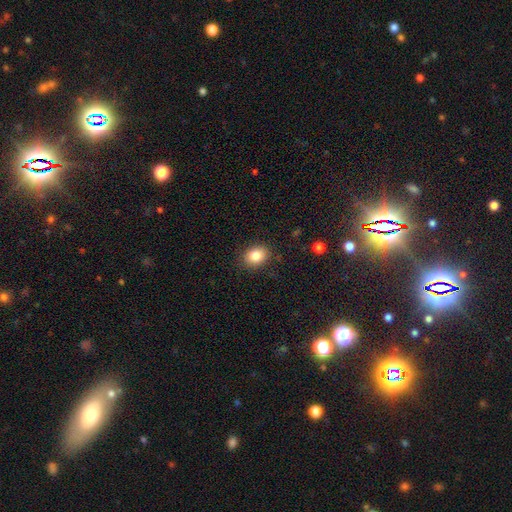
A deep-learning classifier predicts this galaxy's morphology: Overall: smooth (84%). How rounded: in between (59%; round 40%). Merging: none (87%).